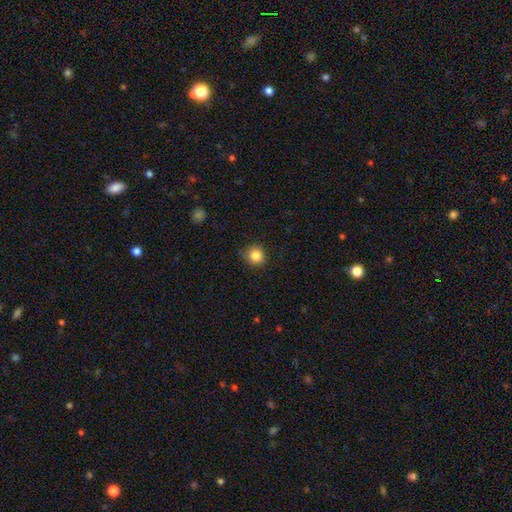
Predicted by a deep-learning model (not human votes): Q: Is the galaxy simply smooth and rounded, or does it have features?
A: smooth — 84%.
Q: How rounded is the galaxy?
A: round — 87%.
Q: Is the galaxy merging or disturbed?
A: none — 82%.